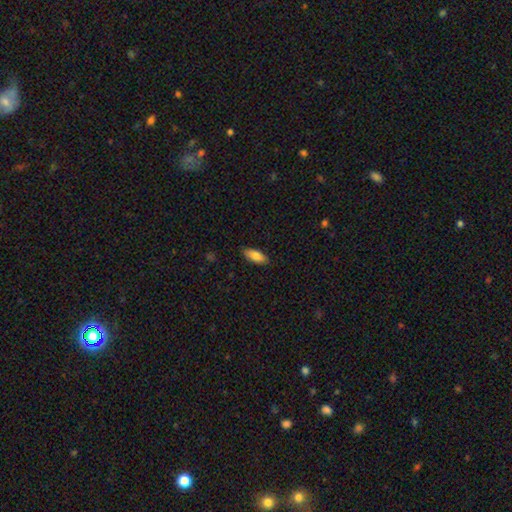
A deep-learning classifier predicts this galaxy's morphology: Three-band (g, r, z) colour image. It shows a smooth galaxy with no disk features (79%) that is in between round and cigar-shaped (79%). Merging: none (88%).